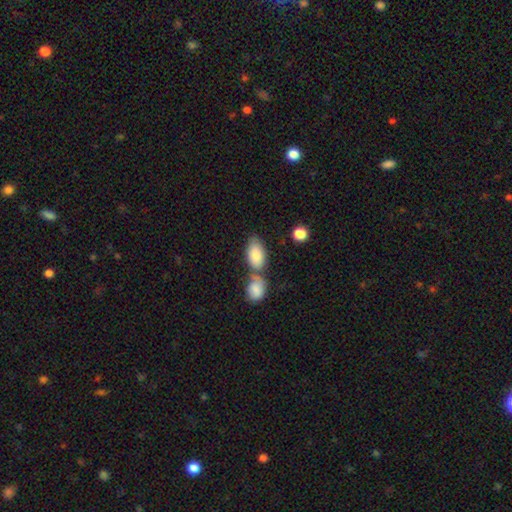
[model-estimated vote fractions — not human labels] Smooth or featured: smooth — 83% (featured or disk — 10%)
How rounded: in between — 92% (round — 6%)
Merging: merger — 44% (none — 40%)